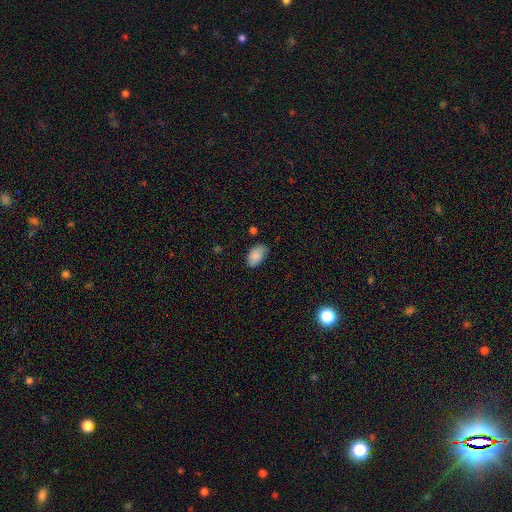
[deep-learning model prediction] Smooth or featured: smooth — 86% (star or artifact — 7%)
How rounded: in between — 93% (round — 6%)
Merging: none — 65% (minor disturbance — 28%)